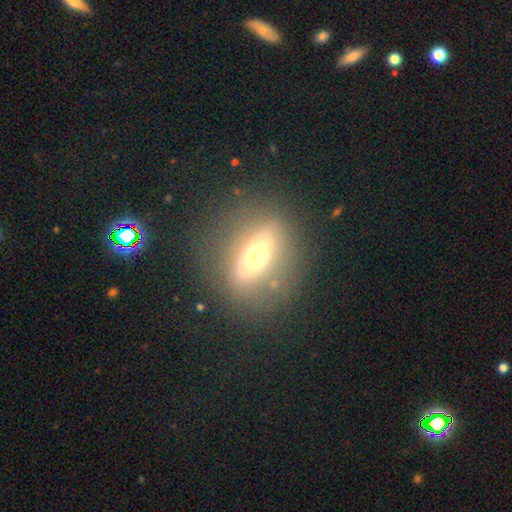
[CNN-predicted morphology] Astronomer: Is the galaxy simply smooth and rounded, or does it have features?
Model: smooth — 46% (runner-up: featured or disk, 40%).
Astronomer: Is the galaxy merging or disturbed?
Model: none — 73%.